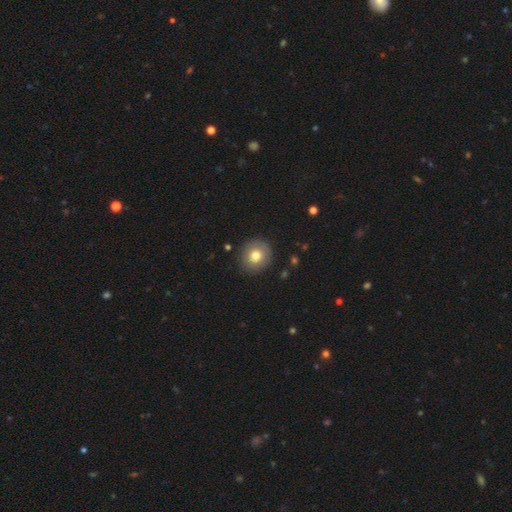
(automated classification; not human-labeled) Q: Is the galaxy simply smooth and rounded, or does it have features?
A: smooth — 77%.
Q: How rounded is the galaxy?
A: round — 90%.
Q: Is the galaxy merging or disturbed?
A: none — 89%.